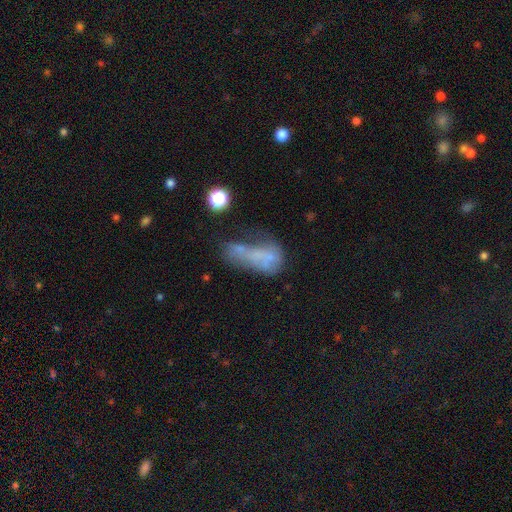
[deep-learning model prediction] Smooth or featured: smooth — 46% (featured or disk — 36%)
Merging: major disturbance — 34% (merger — 26%)